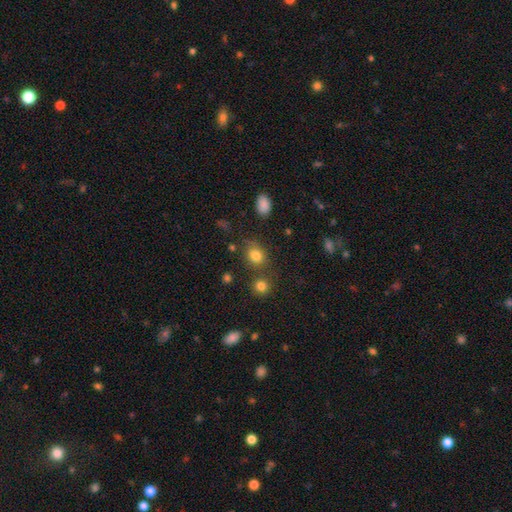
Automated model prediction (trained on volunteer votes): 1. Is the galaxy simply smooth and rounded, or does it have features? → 80% smooth, 13% star or artifact, 7% featured or disk.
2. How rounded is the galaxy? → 50% round, 49% in between, 1% cigar-shaped.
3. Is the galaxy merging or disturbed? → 64% none, 16% minor disturbance, 13% merger, 7% major disturbance.